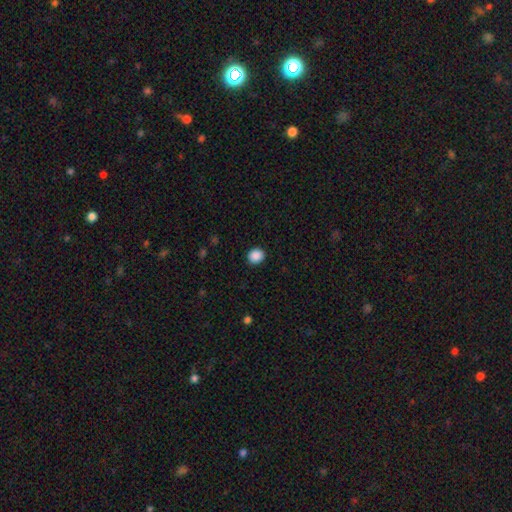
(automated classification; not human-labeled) smooth_or_featured: smooth (p=0.89) [alt: star or artifact p=0.09]
how_rounded: round (p=0.72) [alt: in between p=0.27]
merging: none (p=0.91) [alt: minor disturbance p=0.06]